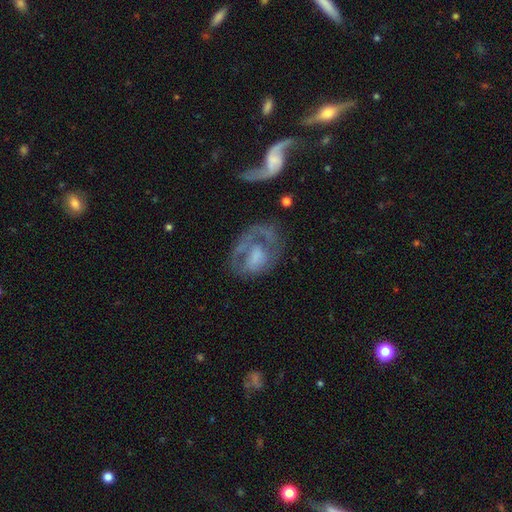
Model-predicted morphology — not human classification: Smooth or featured?
  - featured or disk: 63% *
  - smooth: 28%
  - star or artifact: 8%
Edge-on disk?
  - no: 96% *
  - yes: 4%
Bar?
  - no: 69% *
  - weak: 24%
  - strong: 7%
Spiral arms?
  - yes: 54% *
  - no: 46%
Bulge size?
  - none: 35% *
  - moderate: 28%
  - small: 17%
  - large: 17%
  - dominant: 3%
Merging?
  - none: 41% *
  - major disturbance: 33%
  - minor disturbance: 22%
  - merger: 5%